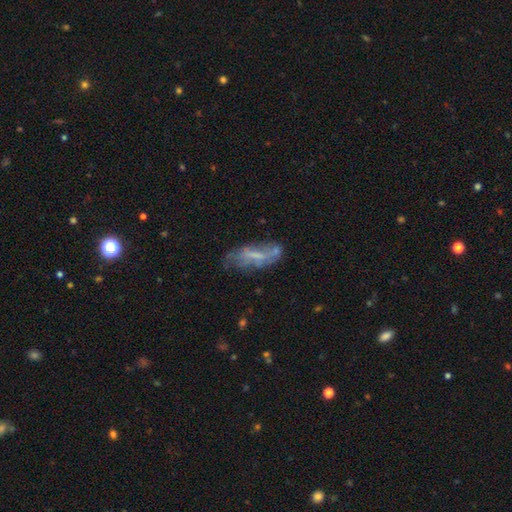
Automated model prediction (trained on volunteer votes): Smooth or featured: featured or disk — 50% (smooth — 39%)
Edge-on disk: no — 83% (yes — 17%)
Merging: none — 43% (minor disturbance — 29%)